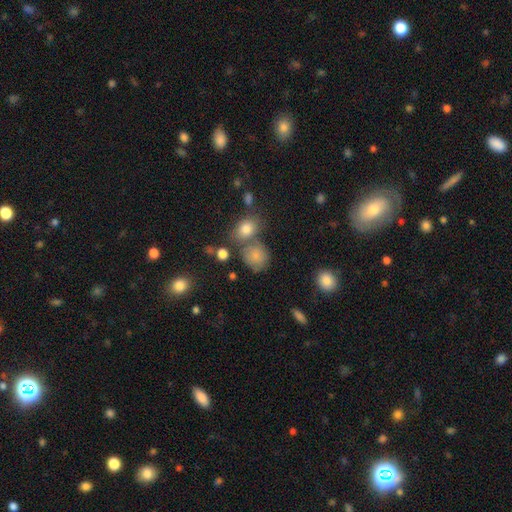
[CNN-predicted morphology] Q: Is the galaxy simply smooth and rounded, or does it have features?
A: smooth — 79%.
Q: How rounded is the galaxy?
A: round — 68%.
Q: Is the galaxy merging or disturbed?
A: none — 53%.